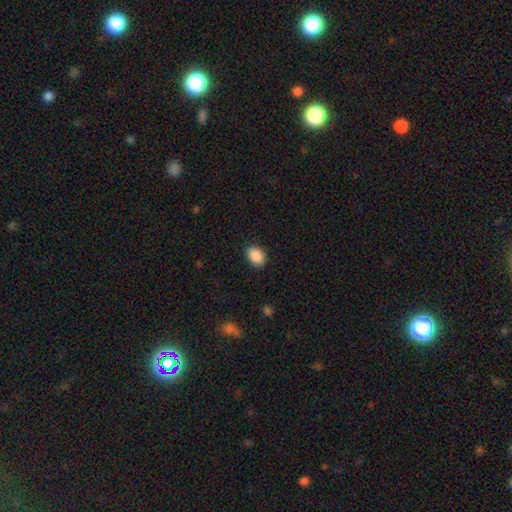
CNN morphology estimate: Smooth or featured?
  - smooth: 90% *
  - star or artifact: 8%
  - featured or disk: 3%
How rounded?
  - in between: 73% *
  - round: 26%
  - cigar-shaped: 1%
Merging?
  - none: 87% *
  - minor disturbance: 10%
  - major disturbance: 2%
  - merger: 1%